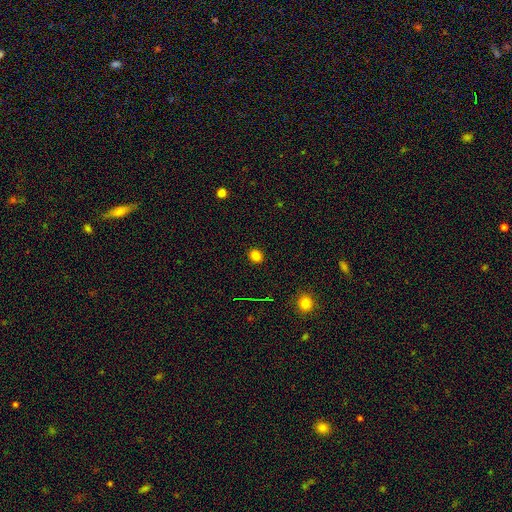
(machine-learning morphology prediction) Smooth or featured? Predicted: smooth (p=0.81). How rounded? Predicted: round (p=0.68). Merging? Predicted: none (p=0.90).